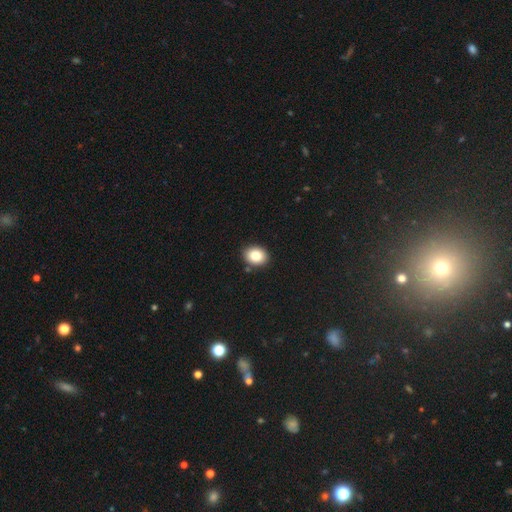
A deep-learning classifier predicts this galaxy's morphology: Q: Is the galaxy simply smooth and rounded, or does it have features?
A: smooth — 84%.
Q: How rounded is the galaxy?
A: in between — 51%.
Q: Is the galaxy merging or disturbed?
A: none — 87%.